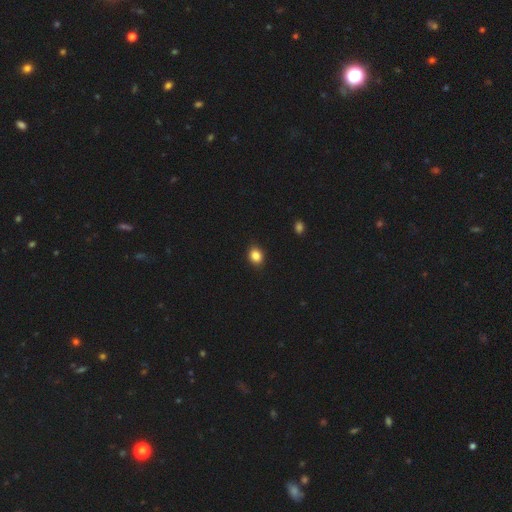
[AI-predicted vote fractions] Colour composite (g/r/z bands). It shows a smooth galaxy with no disk features (86%) that is round (53%). Merging: none (89%).